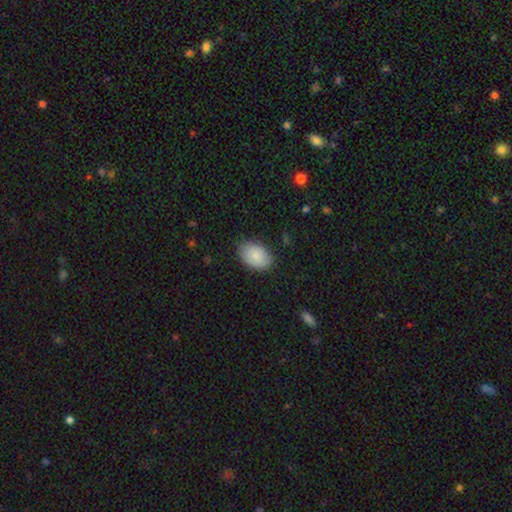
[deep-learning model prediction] smooth-or-featured: smooth: 82% | featured or disk: 11% | star or artifact: 7%
  how-rounded: in between: 85% | round: 14% | cigar-shaped: 1%
  merging: none: 79% | minor disturbance: 16% | major disturbance: 3% | merger: 1%